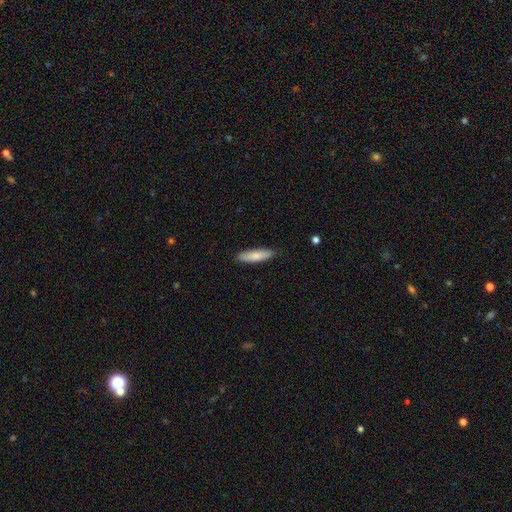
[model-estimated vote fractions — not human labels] Smooth or featured?
  - smooth: 81% *
  - featured or disk: 13%
  - star or artifact: 5%
How rounded?
  - cigar-shaped: 71% *
  - in between: 28%
  - round: 1%
Merging?
  - none: 87% *
  - minor disturbance: 10%
  - major disturbance: 2%
  - merger: 1%